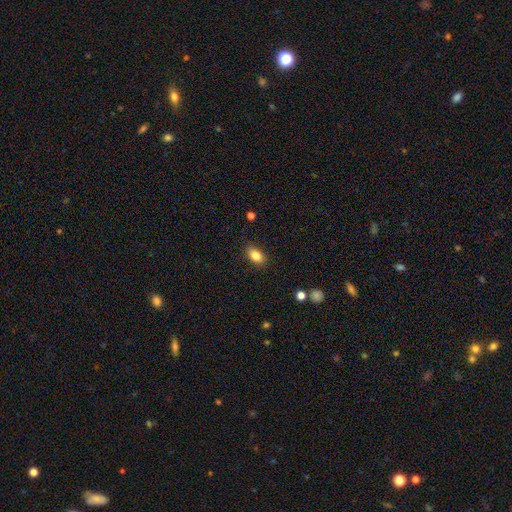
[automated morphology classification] A smooth galaxy with no disk features (84%) that is in between round and cigar-shaped (87%). Merging: none (86%).